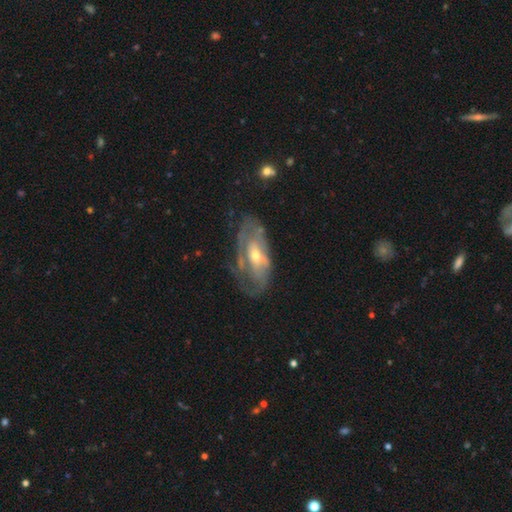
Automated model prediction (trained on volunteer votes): Overall: featured or disk (78%). Edge-on disk: no (91%). Bar: no (51%; weak 36%). Spiral arms: yes (76%). Spiral arm count: can't tell (50%; 2 28%). Spiral winding: tight (51%; medium 34%). Bulge size: moderate (49%; small 46%). Merging: none (54%; minor disturbance 24%).